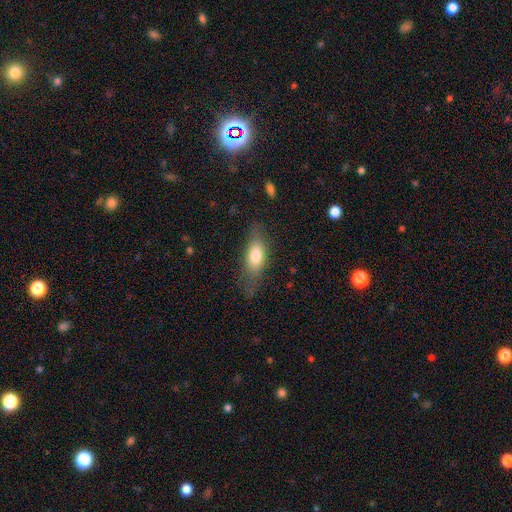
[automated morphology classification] smooth-or-featured: smooth: 73% | featured or disk: 20% | star or artifact: 7%
  how-rounded: in between: 72% | cigar-shaped: 25% | round: 4%
  merging: none: 67% | minor disturbance: 21% | major disturbance: 10% | merger: 2%